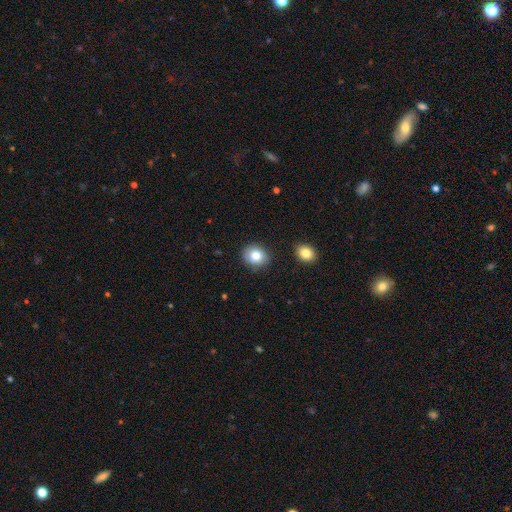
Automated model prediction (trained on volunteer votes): smooth 82%, star or artifact 9%, featured or disk 9%. Down the decision tree: how rounded — round (64%); merging — none (86%).